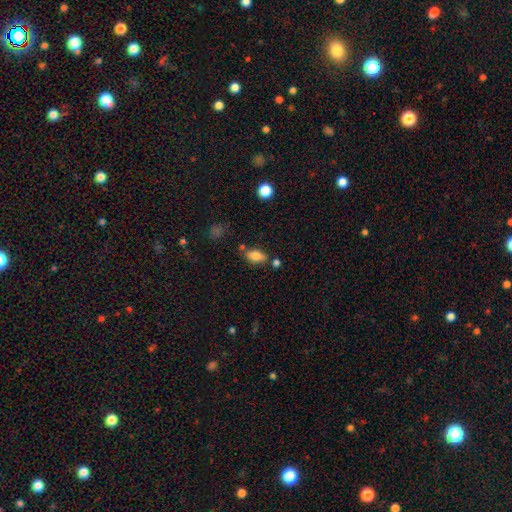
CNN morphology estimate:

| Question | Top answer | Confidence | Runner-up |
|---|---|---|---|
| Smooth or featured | smooth | 80% | featured or disk (11%) |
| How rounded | in between | 88% | cigar-shaped (7%) |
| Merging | none | 73% | minor disturbance (14%) |